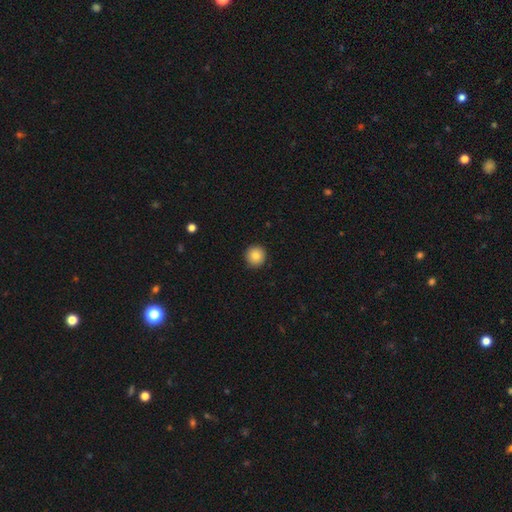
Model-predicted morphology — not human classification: Overall: smooth (84%). How rounded: round (96%). Merging: none (92%).